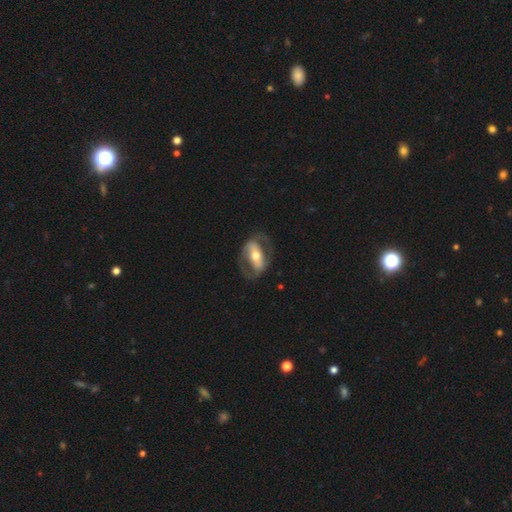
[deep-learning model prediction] This is likely a featured or disk galaxy (71%). It is clearly not viewed edge-on (89%). Bar: possibly strong (56%). Spiral arm pattern: possibly no (50%, tied with yes). Central bulge: likely moderate (67%). Merging: likely none (69%).